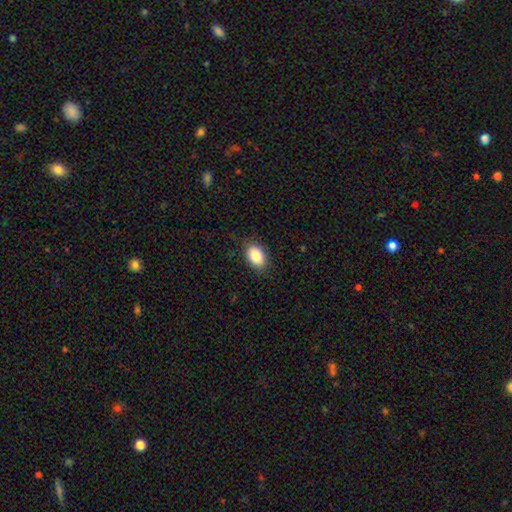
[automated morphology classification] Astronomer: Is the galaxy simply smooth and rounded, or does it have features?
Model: smooth — 85%.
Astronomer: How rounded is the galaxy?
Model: in between — 85%.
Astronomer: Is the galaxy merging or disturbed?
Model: none — 86%.